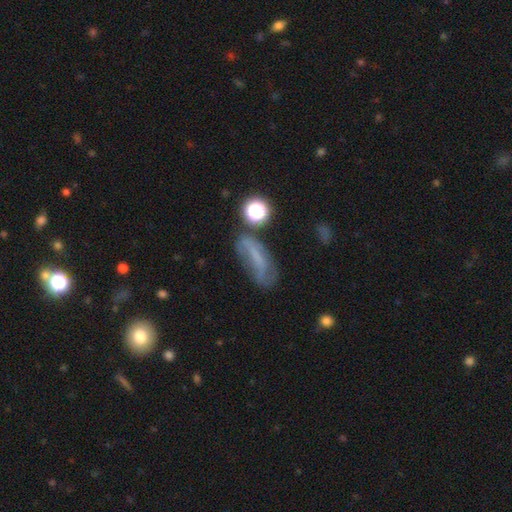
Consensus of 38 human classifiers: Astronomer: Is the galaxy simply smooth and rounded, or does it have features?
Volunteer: featured or disk — 47% (runner-up: smooth, 45%).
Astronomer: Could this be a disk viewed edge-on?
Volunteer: no — 78%.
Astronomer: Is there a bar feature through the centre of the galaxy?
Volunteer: strong — 36%, tied with weak at 36%.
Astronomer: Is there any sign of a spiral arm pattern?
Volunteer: no — 93%.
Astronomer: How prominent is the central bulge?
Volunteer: none — 79%.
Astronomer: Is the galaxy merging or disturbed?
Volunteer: none — 43% (runner-up: minor disturbance, 29%).